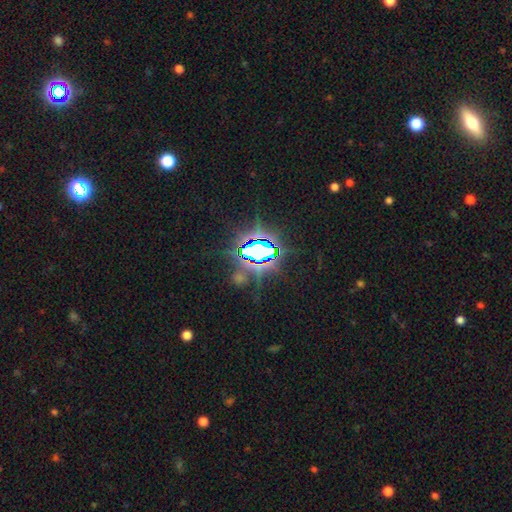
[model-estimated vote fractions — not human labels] A star or artifact, not a galaxy (80%).

Vote fractions:
- Smooth or featured? star or artifact: 80% / smooth: 10% / featured or disk: 10%